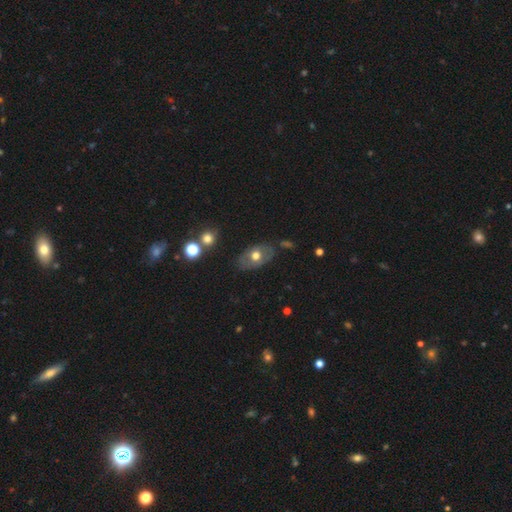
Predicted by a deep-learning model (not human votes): This appears to be a smooth galaxy with no disk features (52%) that is in between round and cigar-shaped (85%). Merging: none (77%).